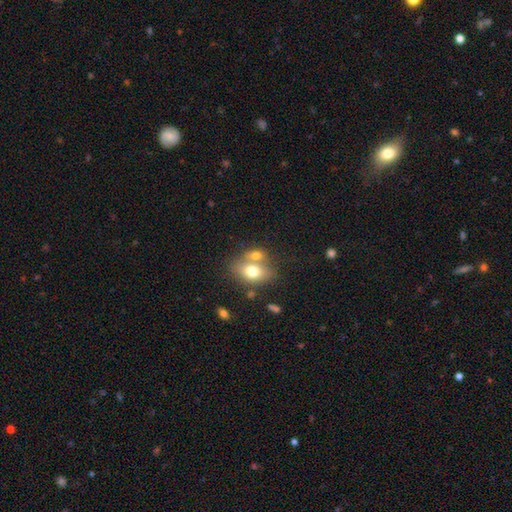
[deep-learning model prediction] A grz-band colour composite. It shows a smooth galaxy with no disk features (71%) that is in between round and cigar-shaped (69%). Merging: merger (45%).